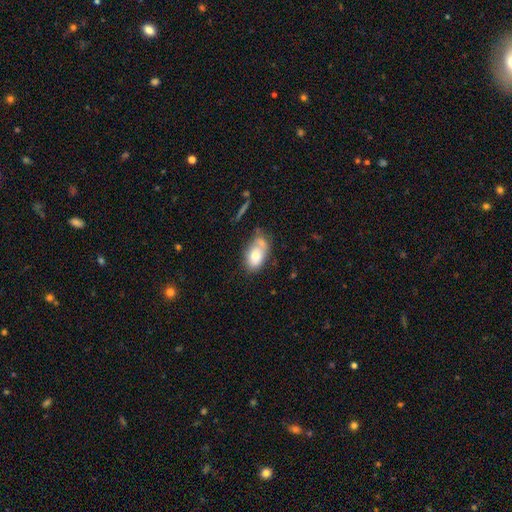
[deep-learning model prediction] This appears to be a smooth galaxy with no disk features (73%) that is in between round and cigar-shaped (88%). Merging: none (42%).